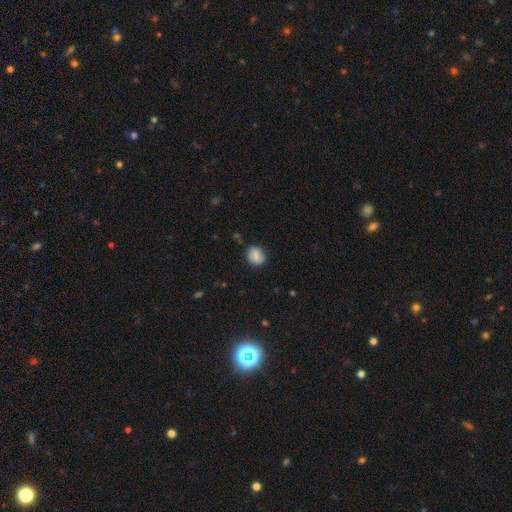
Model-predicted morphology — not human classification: type=smooth (80%); roundness=round (61%); merging=none (71%).